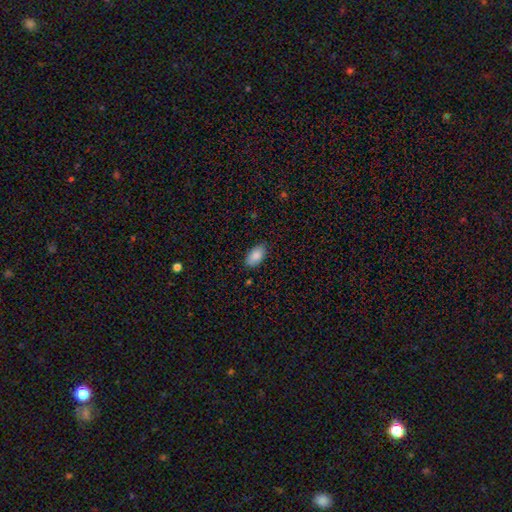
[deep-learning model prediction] Smooth or featured?
  - smooth: 86% *
  - featured or disk: 7%
  - star or artifact: 7%
How rounded?
  - in between: 94% *
  - round: 3%
  - cigar-shaped: 3%
Merging?
  - none: 85% *
  - minor disturbance: 11%
  - major disturbance: 2%
  - merger: 1%